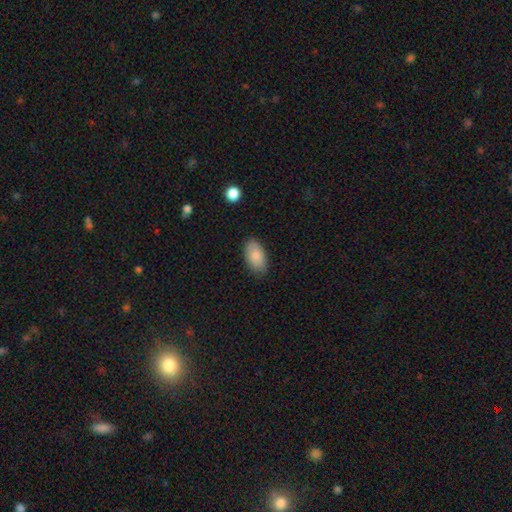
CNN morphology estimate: Smooth or featured?
  - smooth: 85% *
  - featured or disk: 9%
  - star or artifact: 7%
How rounded?
  - in between: 94% *
  - round: 4%
  - cigar-shaped: 2%
Merging?
  - none: 85% *
  - minor disturbance: 12%
  - major disturbance: 2%
  - merger: 1%